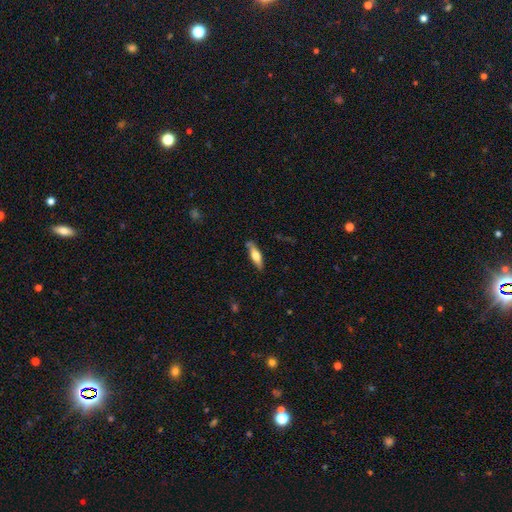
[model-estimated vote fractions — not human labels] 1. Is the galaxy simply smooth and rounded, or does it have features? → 60% smooth, 34% featured or disk, 6% star or artifact.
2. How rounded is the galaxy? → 54% cigar-shaped, 44% in between, 2% round.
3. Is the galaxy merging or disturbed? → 77% none, 16% minor disturbance, 3% merger, 3% major disturbance.